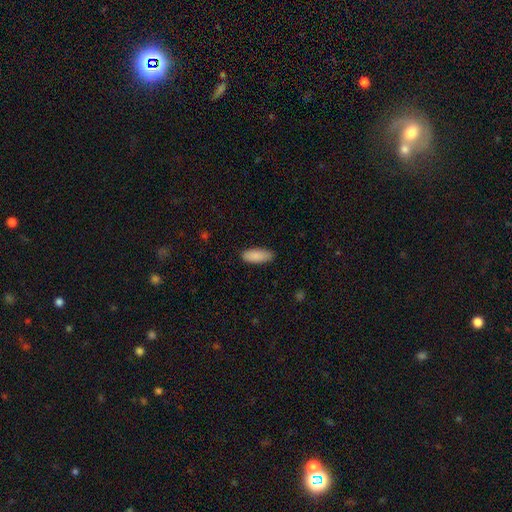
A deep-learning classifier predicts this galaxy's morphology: smooth-or-featured: smooth: 89% | star or artifact: 6% | featured or disk: 5%
  how-rounded: in between: 77% | cigar-shaped: 21% | round: 2%
  merging: none: 86% | minor disturbance: 11% | major disturbance: 2% | merger: 1%